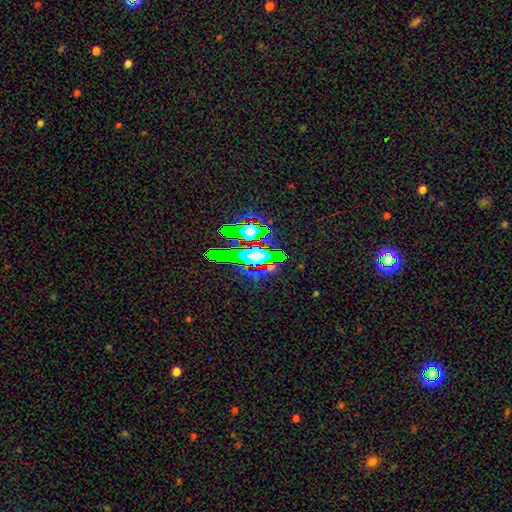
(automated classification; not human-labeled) The model was most divided on "smooth or featured": star or artifact: 61%, smooth: 22%, featured or disk: 17%.